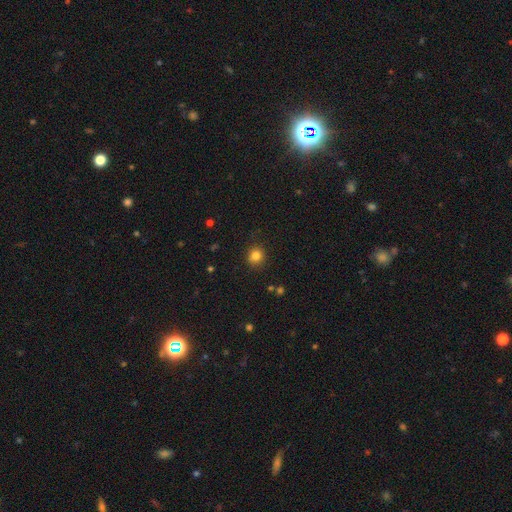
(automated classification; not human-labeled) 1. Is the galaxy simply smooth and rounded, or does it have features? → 82% smooth, 12% star or artifact, 6% featured or disk.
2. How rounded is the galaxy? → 86% round, 13% in between, 1% cigar-shaped.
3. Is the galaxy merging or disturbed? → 85% none, 10% minor disturbance, 3% major disturbance, 2% merger.